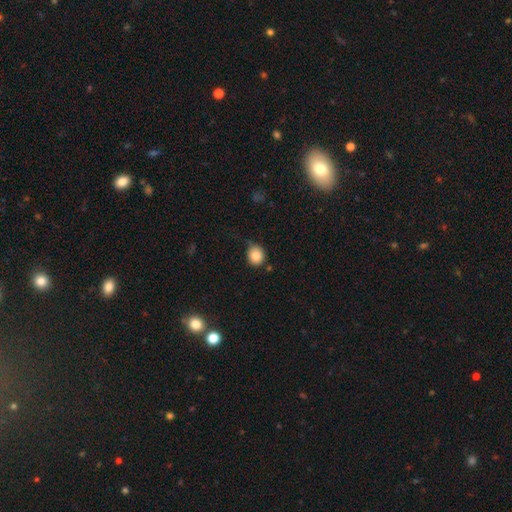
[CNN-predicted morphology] smooth-or-featured: smooth: 83% | star or artifact: 10% | featured or disk: 7%
  how-rounded: round: 87% | in between: 12% | cigar-shaped: 1%
  merging: none: 68% | minor disturbance: 23% | major disturbance: 6% | merger: 4%